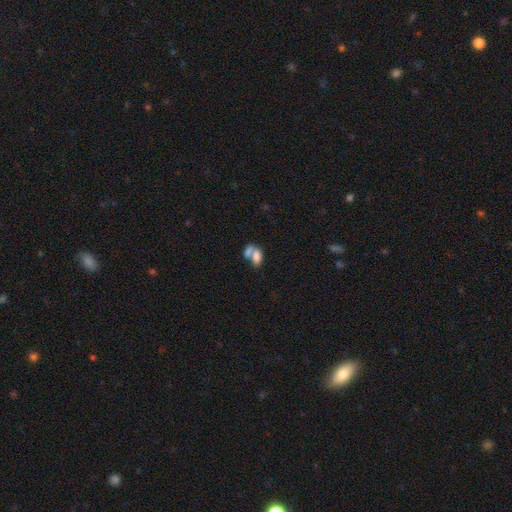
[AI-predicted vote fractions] This appears to be a smooth galaxy with no disk features (77%) that is in between round and cigar-shaped (89%). Merging: merger (63%).